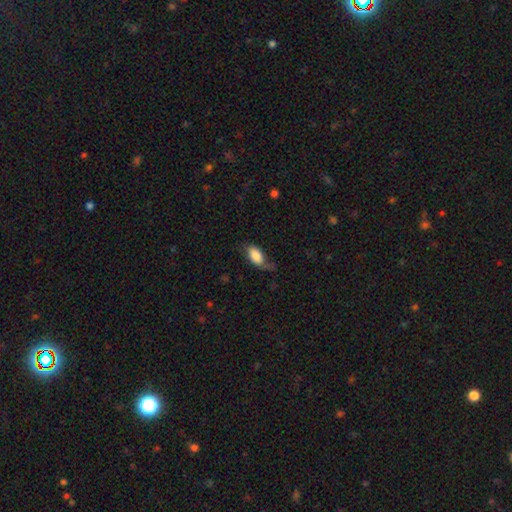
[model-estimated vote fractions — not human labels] This is likely a smooth galaxy (78%). How rounded: clearly in between (92%). Merging: possibly none (45%).